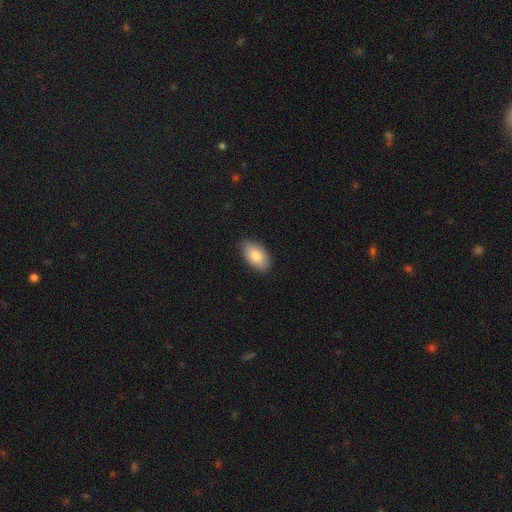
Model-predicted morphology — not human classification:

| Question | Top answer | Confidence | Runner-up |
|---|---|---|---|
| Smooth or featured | smooth | 85% | featured or disk (8%) |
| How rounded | in between | 94% | round (4%) |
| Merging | none | 86% | minor disturbance (11%) |